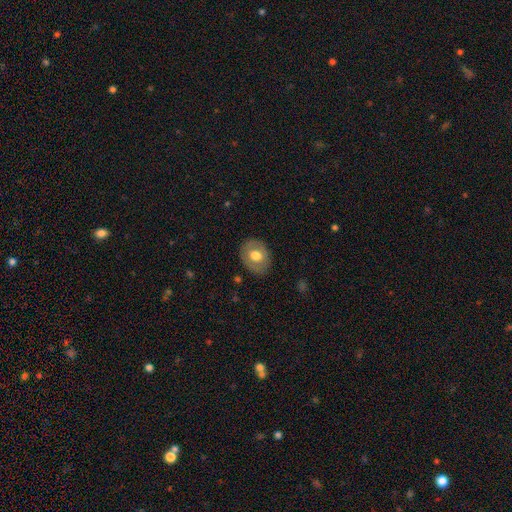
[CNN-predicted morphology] This appears to be a smooth galaxy with no disk features (63%) that is in between round and cigar-shaped (51%). Merging: none (85%).